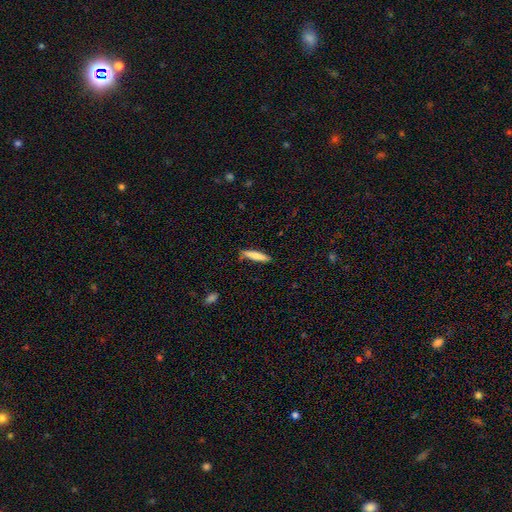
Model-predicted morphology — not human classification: Smooth or featured? smooth (77%)
How rounded? cigar-shaped (87%)
Merging? none (81%)